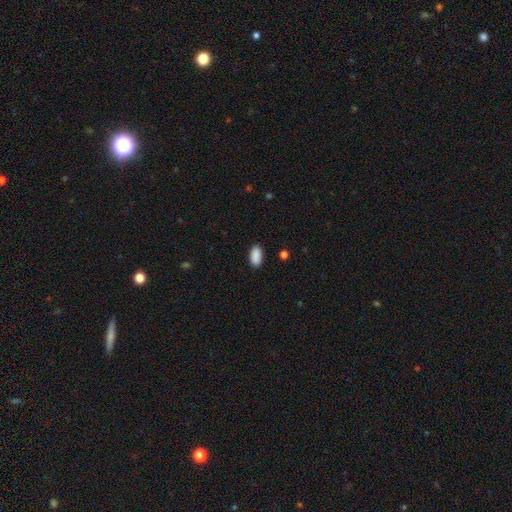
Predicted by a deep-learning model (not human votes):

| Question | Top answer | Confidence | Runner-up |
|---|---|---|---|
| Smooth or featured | smooth | 90% | star or artifact (7%) |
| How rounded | in between | 93% | cigar-shaped (4%) |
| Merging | none | 87% | minor disturbance (10%) |